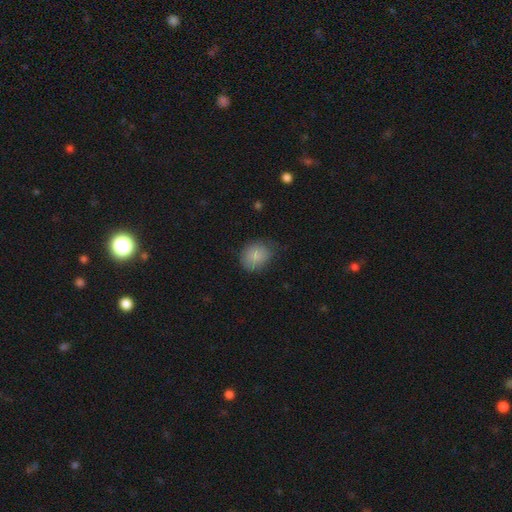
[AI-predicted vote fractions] Smooth or featured?
  - smooth: 84% *
  - star or artifact: 8%
  - featured or disk: 8%
How rounded?
  - round: 64% *
  - in between: 35%
  - cigar-shaped: 1%
Merging?
  - none: 65% *
  - minor disturbance: 27%
  - major disturbance: 7%
  - merger: 1%